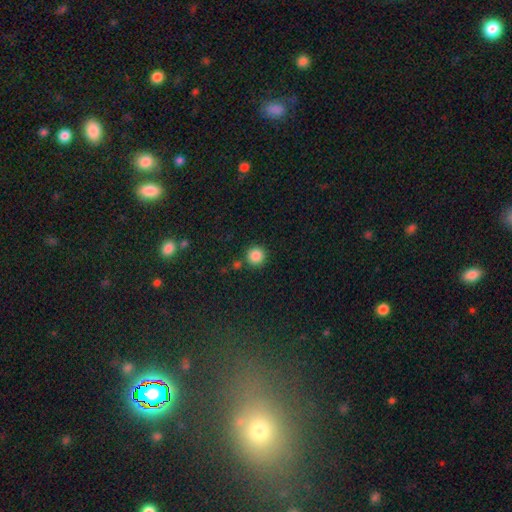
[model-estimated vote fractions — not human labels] smooth 86%, star or artifact 10%, featured or disk 3%. Down the decision tree: how rounded — round (94%); merging — none (85%).